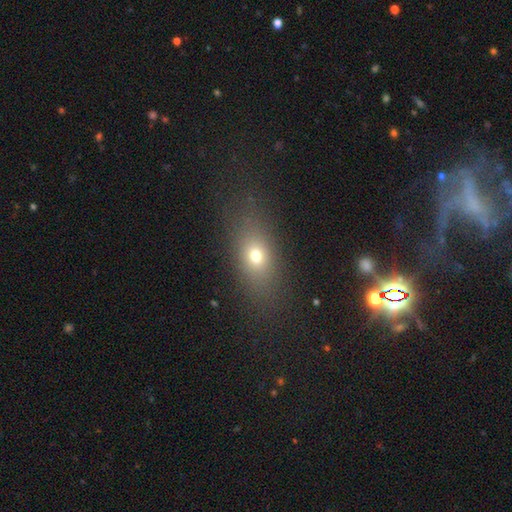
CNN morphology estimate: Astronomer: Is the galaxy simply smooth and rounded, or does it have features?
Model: smooth — 68%.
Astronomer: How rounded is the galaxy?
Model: in between — 68%.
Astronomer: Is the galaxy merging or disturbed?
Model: none — 77%.